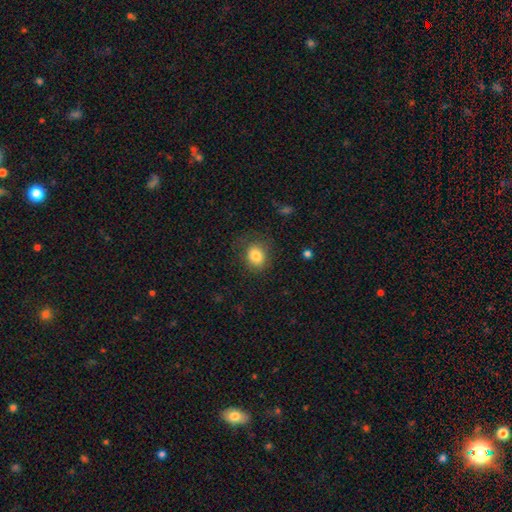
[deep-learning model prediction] This appears to be a smooth galaxy with no disk features (82%) that is round (59%). Merging: none (74%).